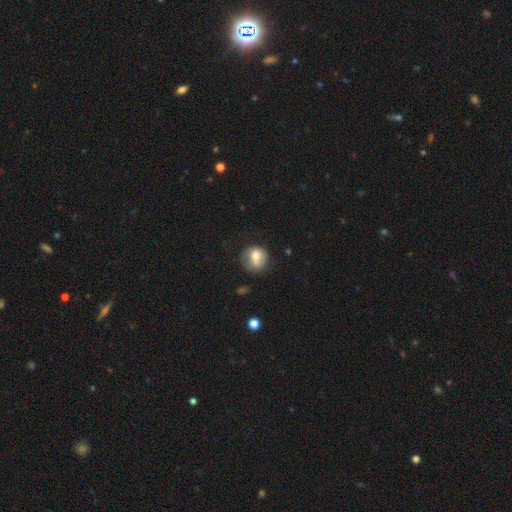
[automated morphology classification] Smooth or featured: smooth — 62% (featured or disk — 29%)
How rounded: round — 77% (in between — 22%)
Merging: none — 54% (minor disturbance — 26%)